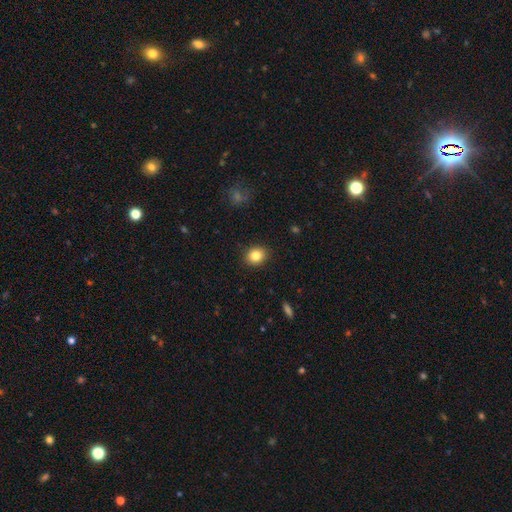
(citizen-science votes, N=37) A smooth galaxy with no disk features (95%) that is round (63%).

Vote fractions:
- Smooth or featured? smooth: 95% / featured or disk: 3% / star or artifact: 3%
- How rounded? round: 63% / in between: 37% / cigar-shaped: 0%
- Merging? none: 92% / minor disturbance: 8% / major disturbance: 0% / merger: 0%